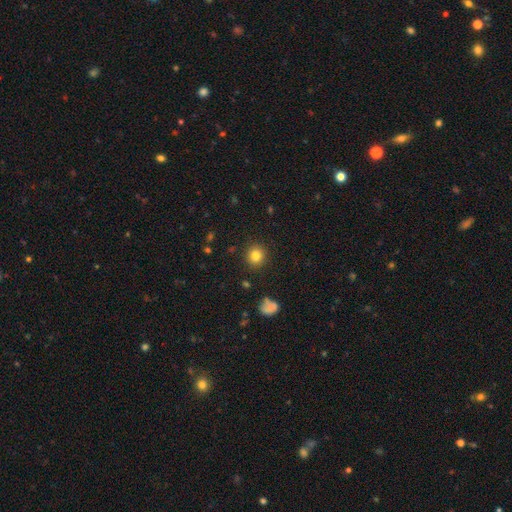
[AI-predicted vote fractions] Q: Smooth or featured?
A: smooth (82%); runner-up: star or artifact (12%)
Q: How rounded?
A: round (90%); runner-up: in between (9%)
Q: Merging?
A: none (90%); runner-up: minor disturbance (6%)